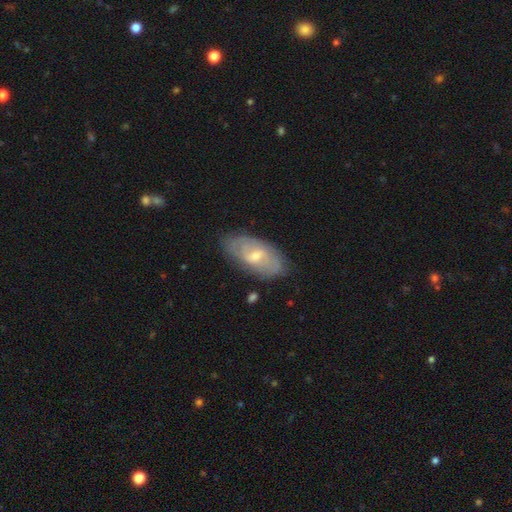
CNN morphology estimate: type=featured or disk (62%); edge-on=no (91%); bar=weak (56%); spiral arms=yes (67%); bulge=moderate (48%); merging=none (76%).